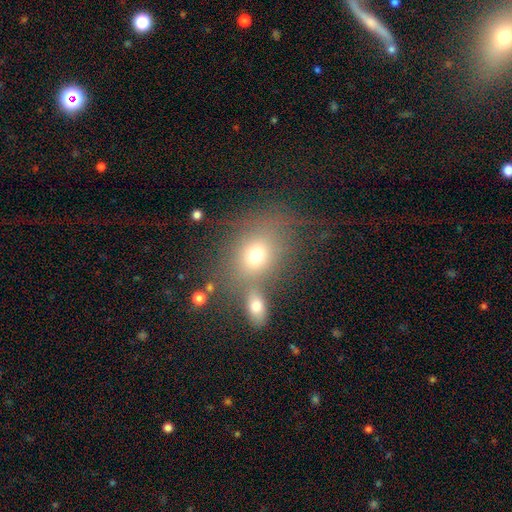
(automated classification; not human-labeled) smooth-or-featured: smooth: 68% | featured or disk: 17% | star or artifact: 15%
  how-rounded: round: 49% (tied) | in between: 49% (tied) | cigar-shaped: 2%
  merging: none: 48% | merger: 27% | minor disturbance: 14% | major disturbance: 11%